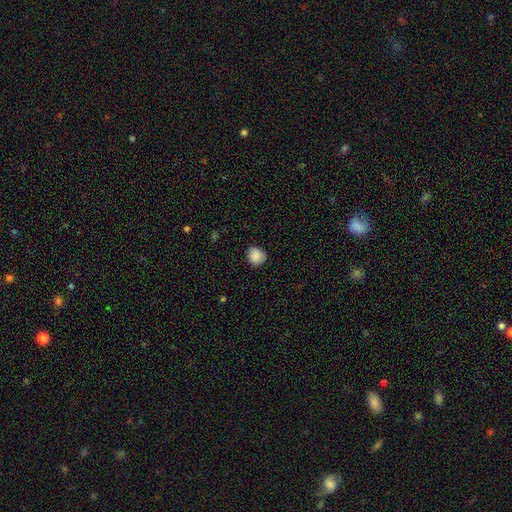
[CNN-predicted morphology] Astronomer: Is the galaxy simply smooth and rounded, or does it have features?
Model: smooth — 88%.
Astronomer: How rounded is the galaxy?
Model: round — 86%.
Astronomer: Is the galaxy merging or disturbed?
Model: none — 82%.